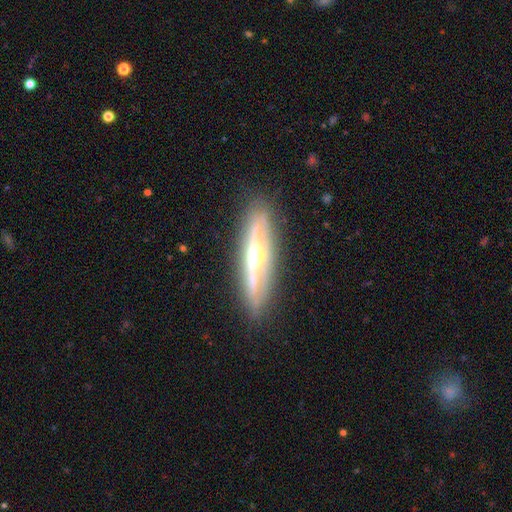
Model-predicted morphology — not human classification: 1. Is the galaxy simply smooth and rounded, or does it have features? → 75% featured or disk, 19% smooth, 6% star or artifact.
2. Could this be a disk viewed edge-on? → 79% yes, 21% no.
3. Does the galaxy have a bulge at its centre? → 88% rounded, 8% none, 4% boxy.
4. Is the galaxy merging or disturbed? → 84% none, 11% minor disturbance, 3% major disturbance, 1% merger.